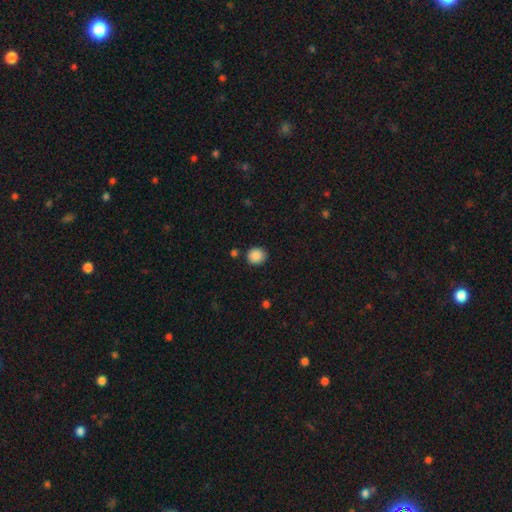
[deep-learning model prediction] A smooth galaxy with no disk features (88%) that is round (77%). Merging: none (85%).